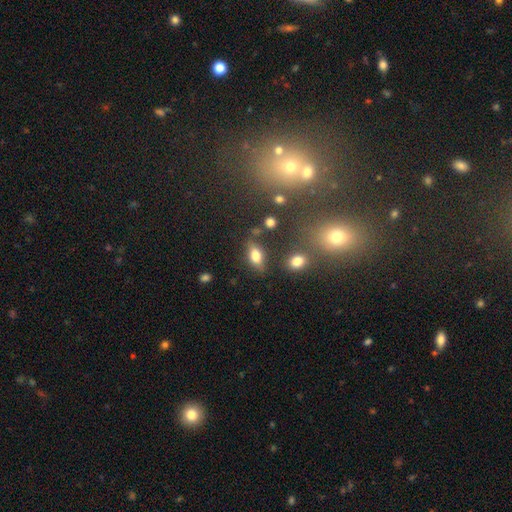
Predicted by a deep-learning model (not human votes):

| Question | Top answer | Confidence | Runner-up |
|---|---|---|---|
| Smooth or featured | smooth | 72% | featured or disk (17%) |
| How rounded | in between | 82% | cigar-shaped (9%) |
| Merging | none | 72% | minor disturbance (16%) |